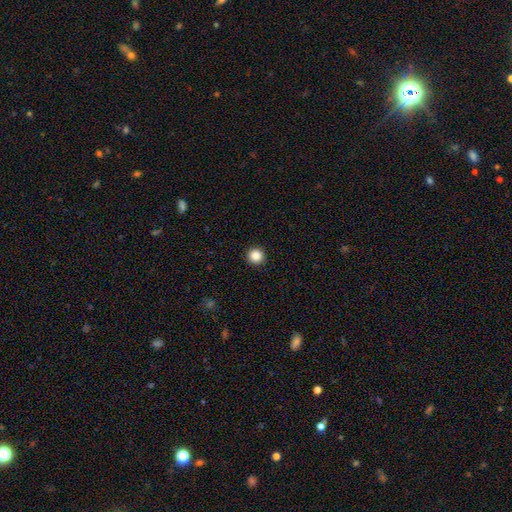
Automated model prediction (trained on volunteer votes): smooth_or_featured: smooth (p=0.87) [alt: star or artifact p=0.10]
how_rounded: round (p=0.96) [alt: in between p=0.03]
merging: none (p=0.93) [alt: minor disturbance p=0.04]